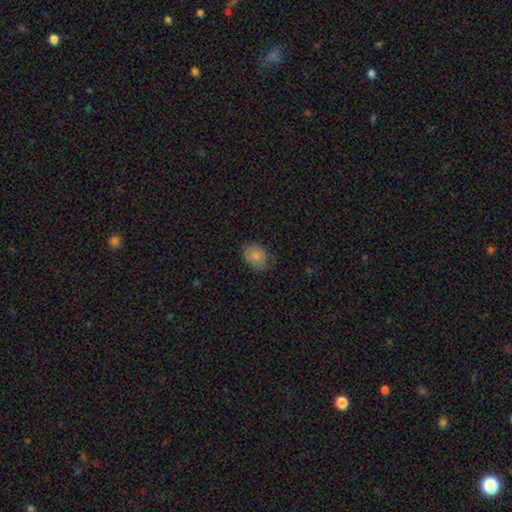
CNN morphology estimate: The model was most divided on "how rounded": in between: 65%, round: 34%, cigar-shaped: 1%. More confident: smooth or featured — smooth (83%); merging — none (73%).